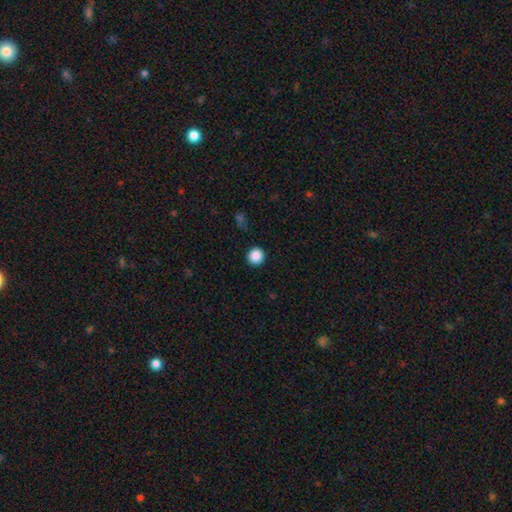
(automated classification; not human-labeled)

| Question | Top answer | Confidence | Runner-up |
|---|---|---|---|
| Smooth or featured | smooth | 88% | star or artifact (9%) |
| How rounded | round | 96% | in between (4%) |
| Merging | none | 93% | minor disturbance (5%) |